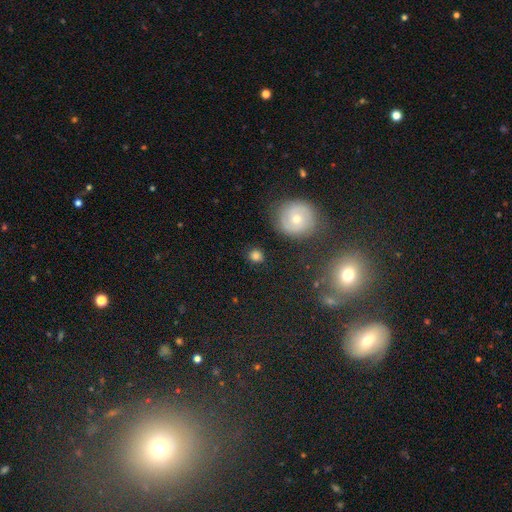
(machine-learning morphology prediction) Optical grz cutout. It shows a smooth galaxy with no disk features (74%) that is round (81%). Merging: none (82%).